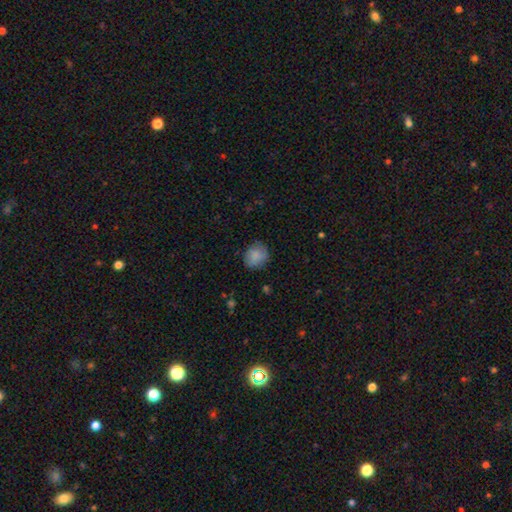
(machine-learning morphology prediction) This is clearly a smooth galaxy (82%). How rounded: likely round (77%). Merging: likely none (75%).